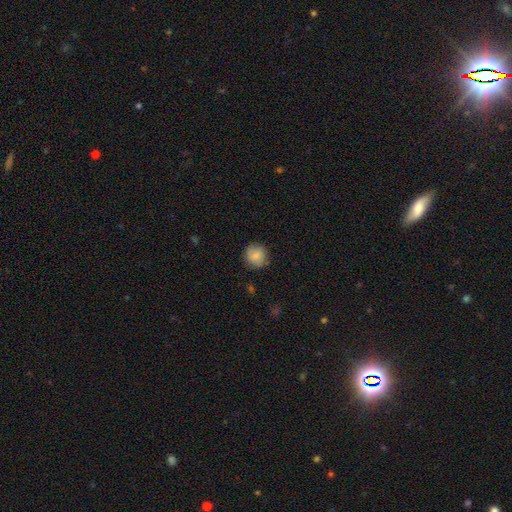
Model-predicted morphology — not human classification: Smooth or featured: smooth — 83% (featured or disk — 9%)
How rounded: round — 91% (in between — 8%)
Merging: none — 85% (minor disturbance — 11%)